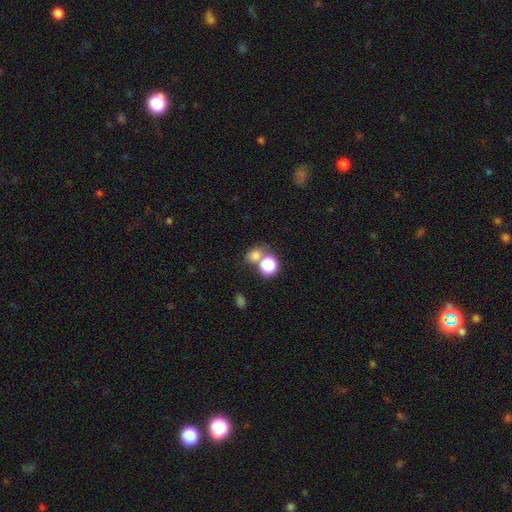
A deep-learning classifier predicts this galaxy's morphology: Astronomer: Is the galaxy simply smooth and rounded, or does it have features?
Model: smooth — 71%.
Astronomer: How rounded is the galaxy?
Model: round — 61% (runner-up: in between, 38%).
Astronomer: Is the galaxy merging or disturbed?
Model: none — 52% (runner-up: merger, 34%).